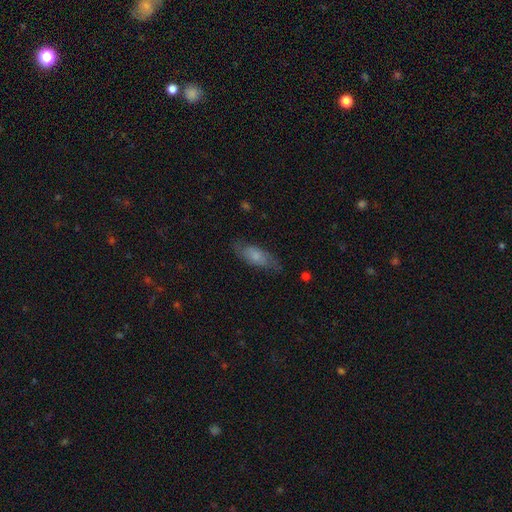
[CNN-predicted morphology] Q: Smooth or featured?
A: smooth (59%); runner-up: featured or disk (34%)
Q: How rounded?
A: in between (71%); runner-up: cigar-shaped (26%)
Q: Merging?
A: none (73%); runner-up: minor disturbance (20%)